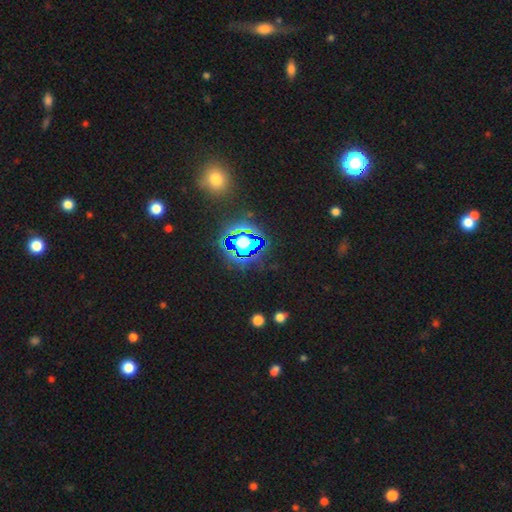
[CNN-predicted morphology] Smooth or featured? Predicted: star or artifact (p=0.78).